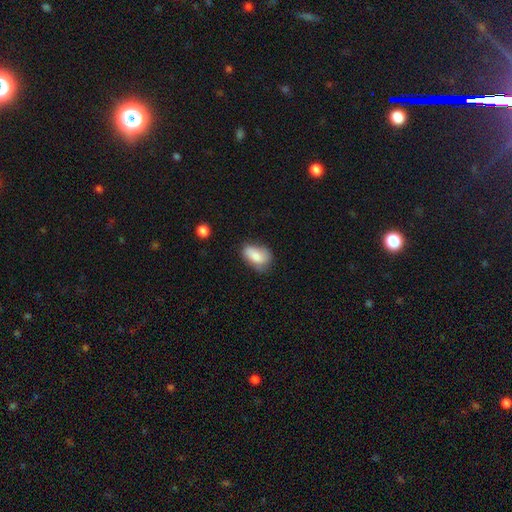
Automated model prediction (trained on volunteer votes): The model was most divided on "merging": none: 55%, minor disturbance: 33%, major disturbance: 9%, merger: 3%. More confident: how rounded — in between (89%); smooth or featured — smooth (81%).